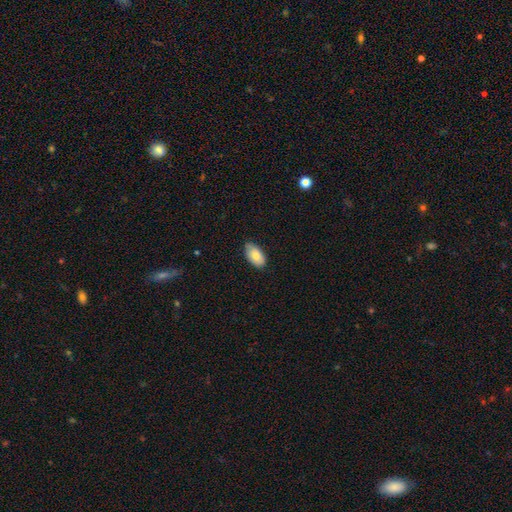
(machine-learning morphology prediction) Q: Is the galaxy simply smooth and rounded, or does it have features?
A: smooth — 80%.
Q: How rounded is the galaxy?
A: in between — 94%.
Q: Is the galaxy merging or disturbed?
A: none — 76%.